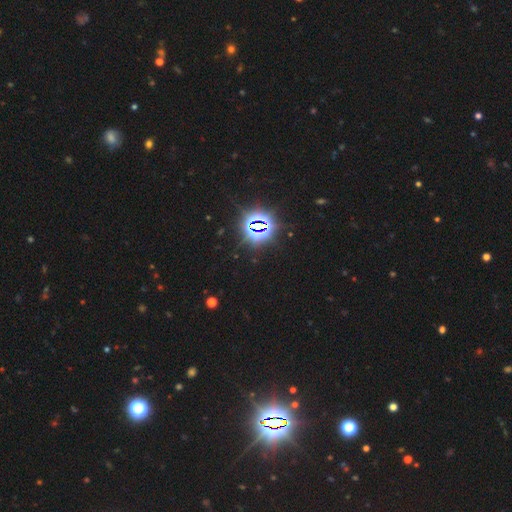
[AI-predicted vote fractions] A star or artifact, not a galaxy (81%).